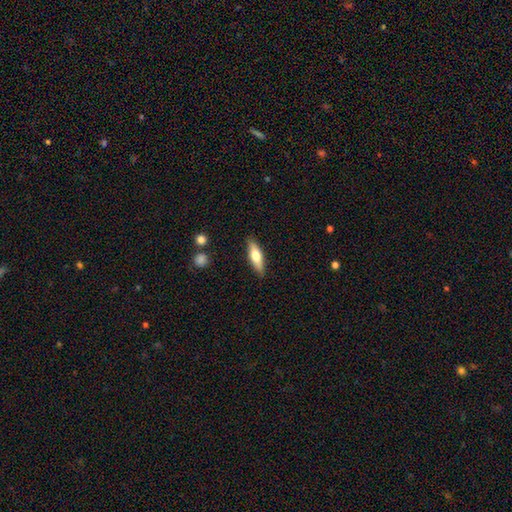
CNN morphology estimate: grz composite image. It shows a smooth galaxy with no disk features (58%) that is cigar-shaped (54%). Merging: none (87%).